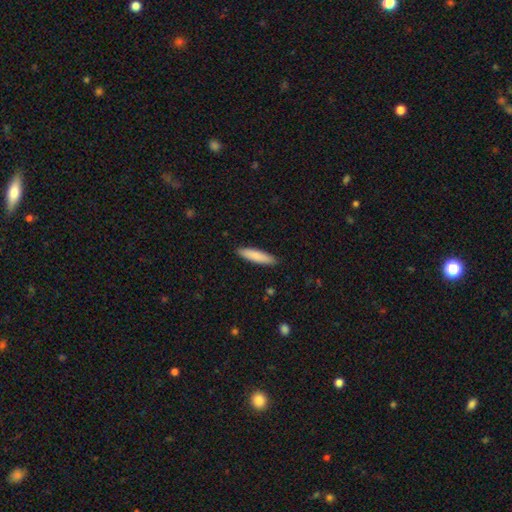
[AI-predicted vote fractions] Q: Smooth or featured?
A: smooth (85%); runner-up: featured or disk (10%)
Q: How rounded?
A: cigar-shaped (81%); runner-up: in between (18%)
Q: Merging?
A: none (90%); runner-up: minor disturbance (7%)